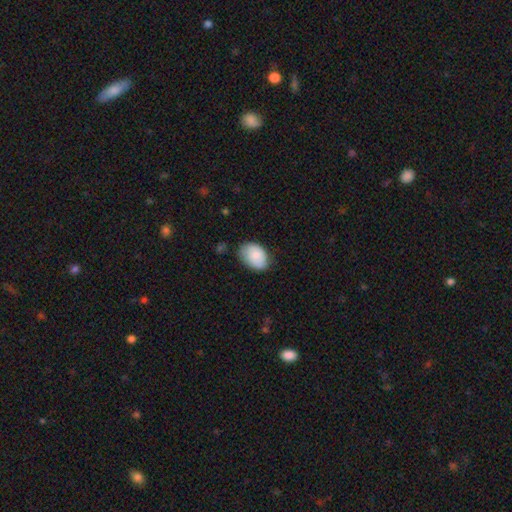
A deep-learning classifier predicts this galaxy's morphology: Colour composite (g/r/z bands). It shows a smooth galaxy with no disk features (83%) that is in between round and cigar-shaped (80%). Merging: none (68%).